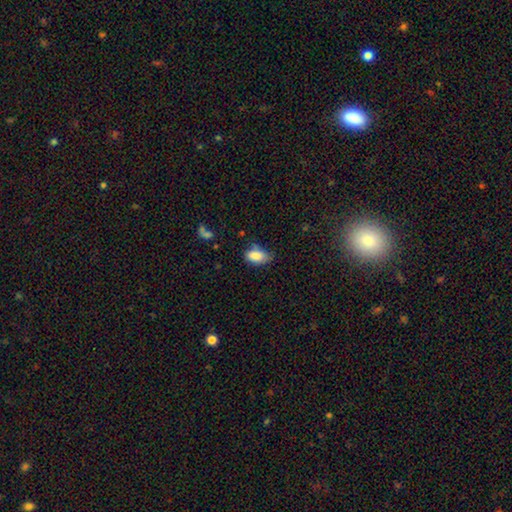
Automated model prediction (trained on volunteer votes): A smooth galaxy with no disk features (85%) that is in between round and cigar-shaped (92%).

Vote fractions:
- Smooth or featured? smooth: 85% / star or artifact: 8% / featured or disk: 7%
- How rounded? in between: 92% / round: 5% / cigar-shaped: 3%
- Merging? none: 53% / minor disturbance: 34% / major disturbance: 8% / merger: 5%